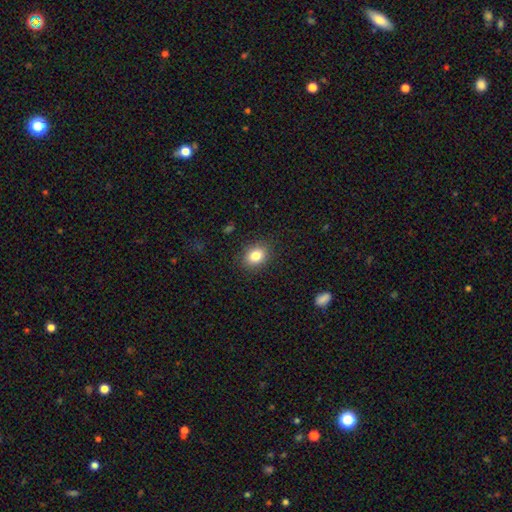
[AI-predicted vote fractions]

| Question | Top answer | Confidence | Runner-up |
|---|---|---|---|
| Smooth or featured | smooth | 83% | star or artifact (10%) |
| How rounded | in between | 57% | round (42%) |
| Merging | none | 88% | minor disturbance (9%) |